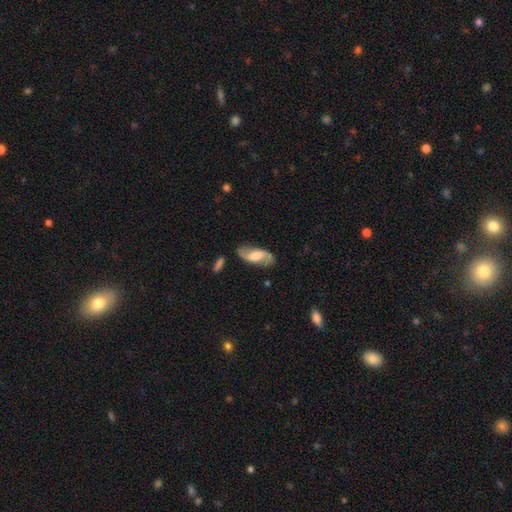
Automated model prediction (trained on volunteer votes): featured or disk 71%, smooth 23%, star or artifact 6%. Down the decision tree: edge-on disk — no (93%); bar — weak (46%); spiral arms — yes (92%); spiral arm count — 2 (91%); spiral winding — loose (58%); bulge size — moderate (37%); merging — none (78%).